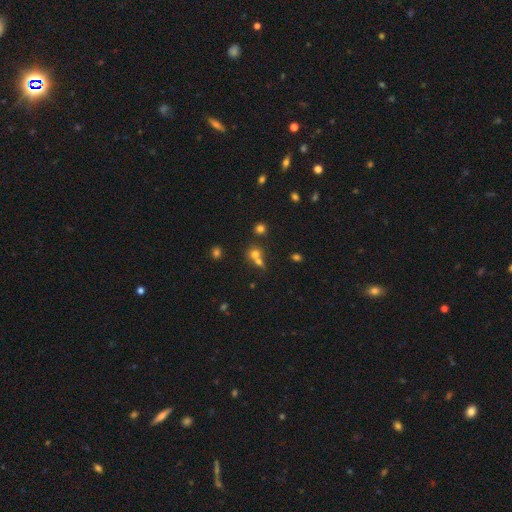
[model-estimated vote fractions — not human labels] smooth-or-featured: smooth: 64% | star or artifact: 20% | featured or disk: 16%
  how-rounded: round: 72% | in between: 25% | cigar-shaped: 3%
  merging: merger: 51% | none: 37% | minor disturbance: 7% | major disturbance: 4%